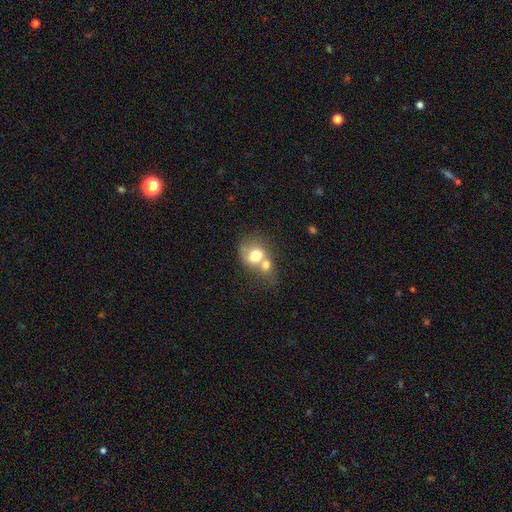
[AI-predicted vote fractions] This appears to be a smooth galaxy with no disk features (68%) that is round (62%). Merging: merger (66%).